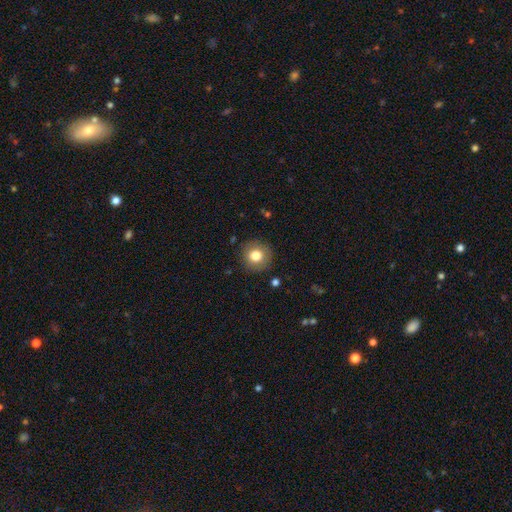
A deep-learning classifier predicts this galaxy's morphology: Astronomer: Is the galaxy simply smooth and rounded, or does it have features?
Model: smooth — 81%.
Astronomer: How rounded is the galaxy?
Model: round — 93%.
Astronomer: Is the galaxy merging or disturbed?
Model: none — 88%.